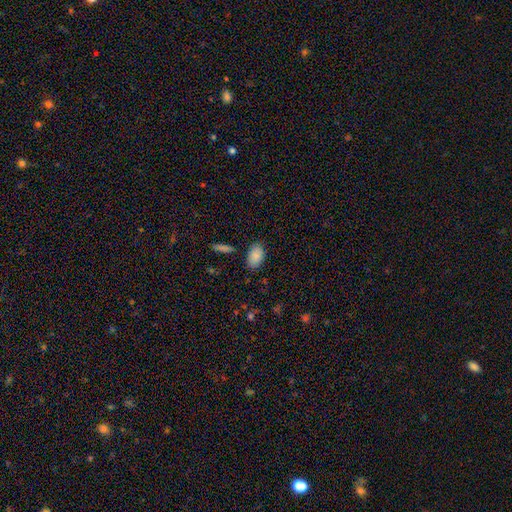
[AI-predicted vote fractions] smooth-or-featured: smooth: 88% | star or artifact: 7% | featured or disk: 5%
  how-rounded: in between: 89% | round: 9% | cigar-shaped: 1%
  merging: none: 84% | minor disturbance: 11% | merger: 3% | major disturbance: 3%